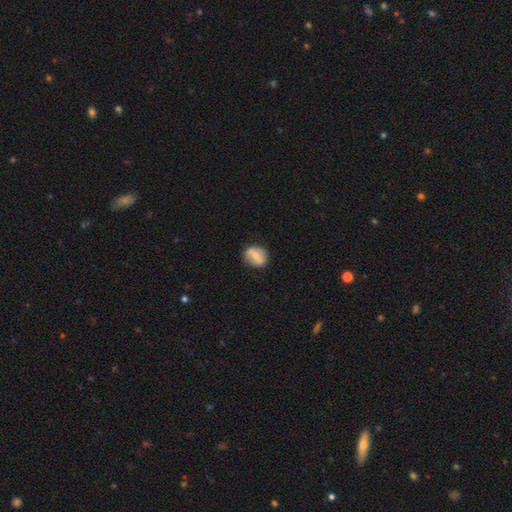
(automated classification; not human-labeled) A smooth galaxy with no disk features (53%) that is round (53%).

Vote fractions:
- Smooth or featured? smooth: 53% / featured or disk: 39% / star or artifact: 7%
- How rounded? round: 53% / in between: 45% / cigar-shaped: 2%
- Merging? none: 80% / minor disturbance: 15% / major disturbance: 4% / merger: 2%